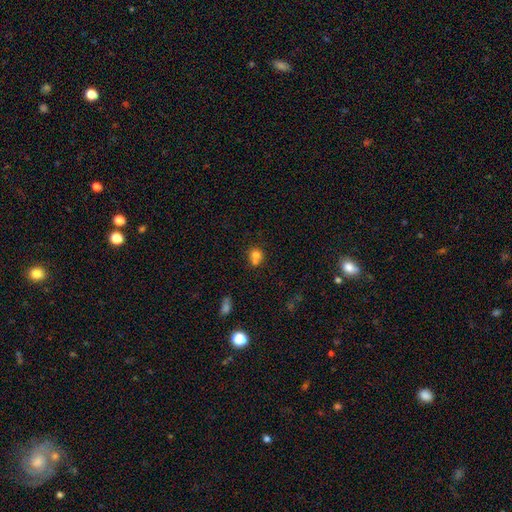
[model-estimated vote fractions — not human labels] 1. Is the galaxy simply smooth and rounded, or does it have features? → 74% smooth, 13% featured or disk, 12% star or artifact.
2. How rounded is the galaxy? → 75% round, 24% in between, 1% cigar-shaped.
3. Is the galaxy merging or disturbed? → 46% merger, 39% none, 11% minor disturbance, 5% major disturbance.